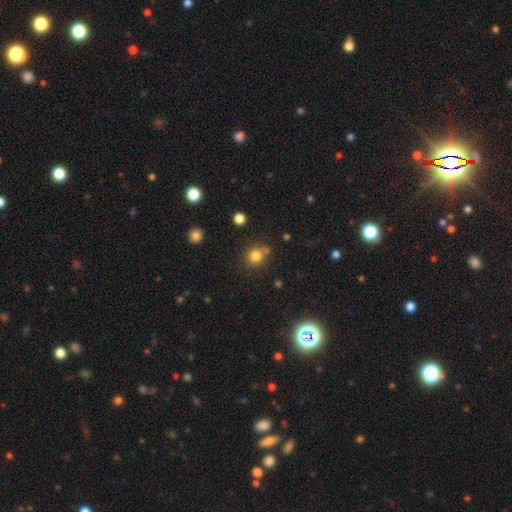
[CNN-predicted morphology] Smooth or featured? Predicted: smooth (p=0.80). How rounded? Predicted: round (p=0.84). Merging? Predicted: none (p=0.70).